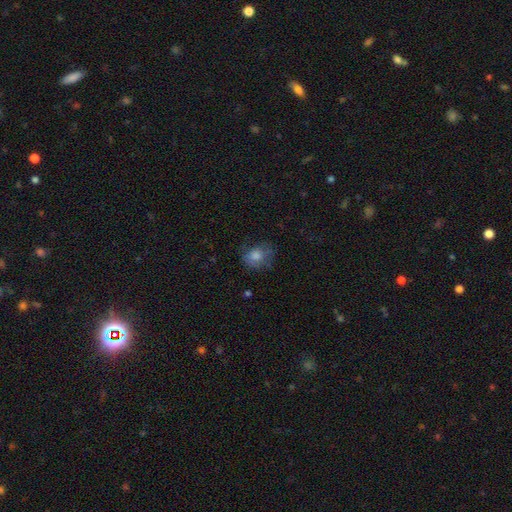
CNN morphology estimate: A smooth galaxy with no disk features (67%) that is round (61%).

Vote fractions:
- Smooth or featured? smooth: 67% / featured or disk: 20% / star or artifact: 14%
- How rounded? round: 61% / in between: 38% / cigar-shaped: 1%
- Merging? none: 62% / minor disturbance: 23% / major disturbance: 13% / merger: 1%